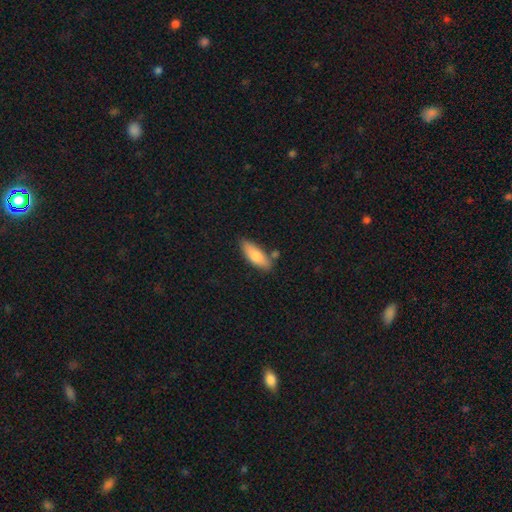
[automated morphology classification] The model was most divided on "how rounded": in between: 67%, cigar-shaped: 31%, round: 2%. More confident: smooth or featured — smooth (78%); merging — none (72%).